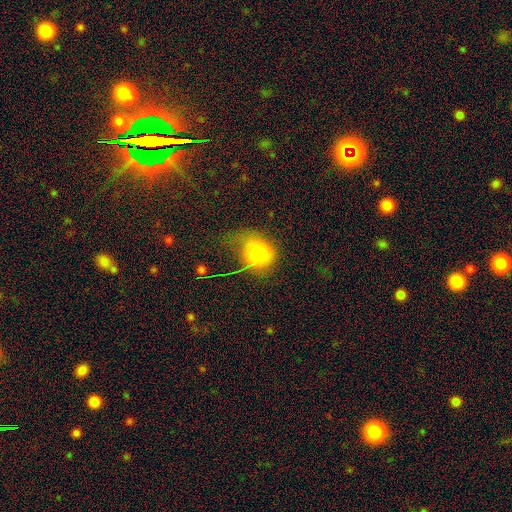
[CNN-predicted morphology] A smooth galaxy with no disk features (71%) that is round (55%).

Vote fractions:
- Smooth or featured? smooth: 71% / featured or disk: 16% / star or artifact: 13%
- How rounded? round: 55% / in between: 44% / cigar-shaped: 1%
- Merging? major disturbance: 33% (tied) / none: 33% (tied) / minor disturbance: 27% / merger: 7%